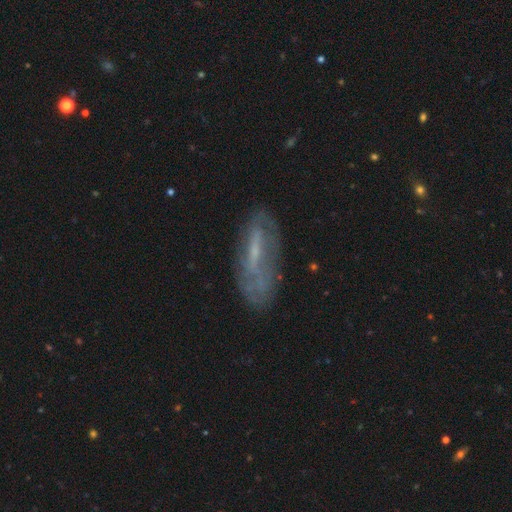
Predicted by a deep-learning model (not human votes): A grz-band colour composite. It shows a featured or disk galaxy (57%). Merging: none (66%).